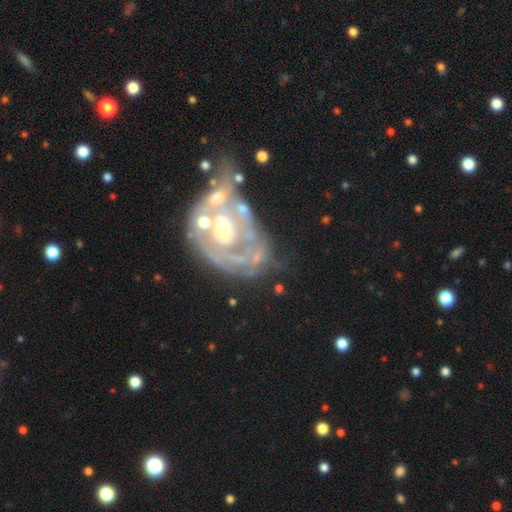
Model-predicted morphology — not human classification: A featured or disk galaxy (79%) with no bar (74%), spiral arms (53%) and a moderate central bulge (57%).

Vote fractions:
- Smooth or featured? featured or disk: 79% / smooth: 12% / star or artifact: 9%
- Edge-on disk? no: 97% / yes: 3%
- Bar? no: 74% / weak: 19% / strong: 7%
- Spiral arms? yes: 53% / no: 47%
- Bulge size? moderate: 57% / small: 29% / large: 6% / none: 5% / dominant: 2%
- Merging? none: 30% / merger: 27% / major disturbance: 25% / minor disturbance: 17%